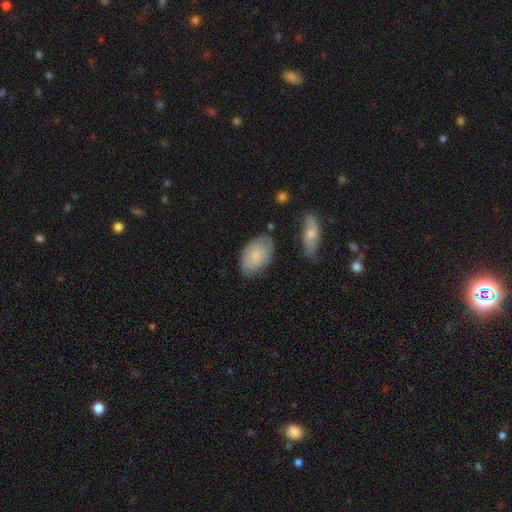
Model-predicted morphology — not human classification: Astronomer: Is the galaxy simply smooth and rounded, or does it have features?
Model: smooth — 73%.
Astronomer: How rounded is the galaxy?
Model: in between — 92%.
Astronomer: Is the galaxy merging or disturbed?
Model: none — 71%.